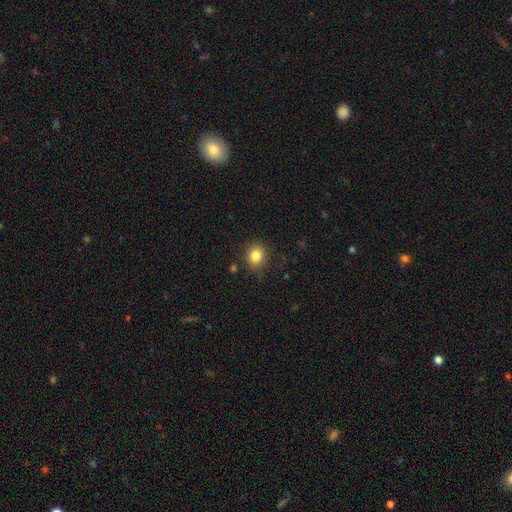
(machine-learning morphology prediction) This is clearly a smooth galaxy (84%). How rounded: possibly round (57%). Merging: clearly none (85%).